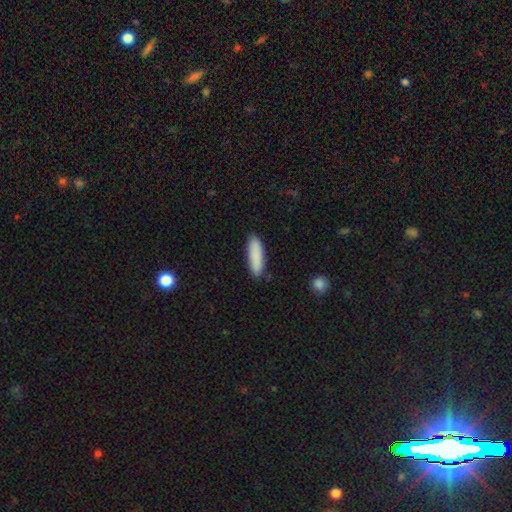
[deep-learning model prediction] A smooth galaxy with no disk features (88%) that is cigar-shaped (58%). Merging: none (88%).